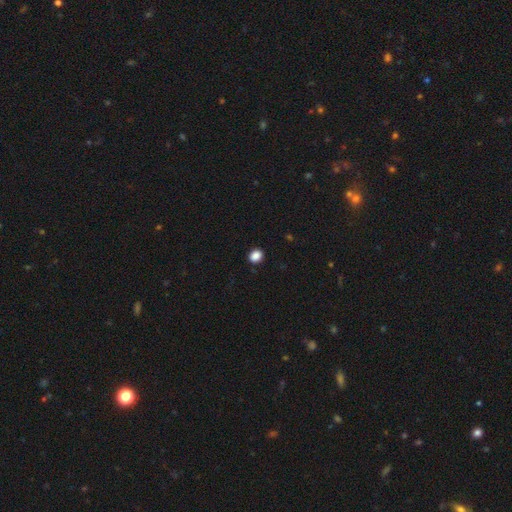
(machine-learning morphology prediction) This is clearly a smooth galaxy (88%). How rounded: possibly round (56%). Merging: clearly none (90%).